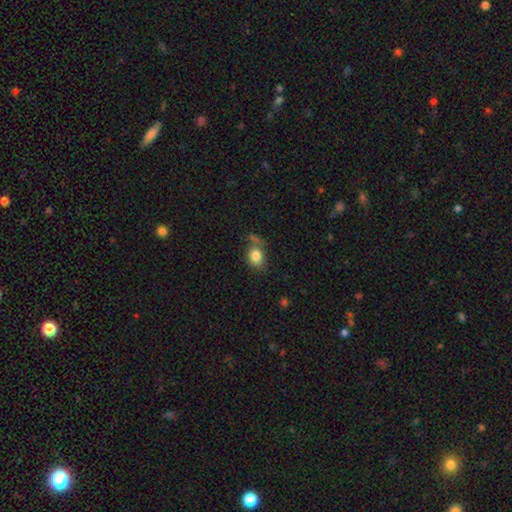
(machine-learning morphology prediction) The model was most divided on "how rounded": in between: 59%, round: 40%, cigar-shaped: 1%. More confident: smooth or featured — smooth (82%); merging — none (54%).